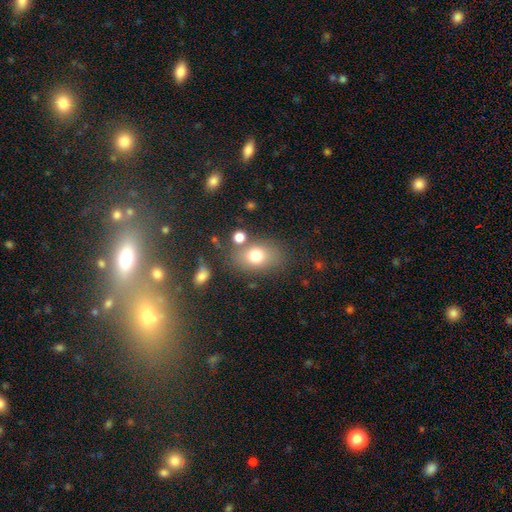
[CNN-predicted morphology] A smooth galaxy with no disk features (74%) that is in between round and cigar-shaped (70%). Merging: none (69%).